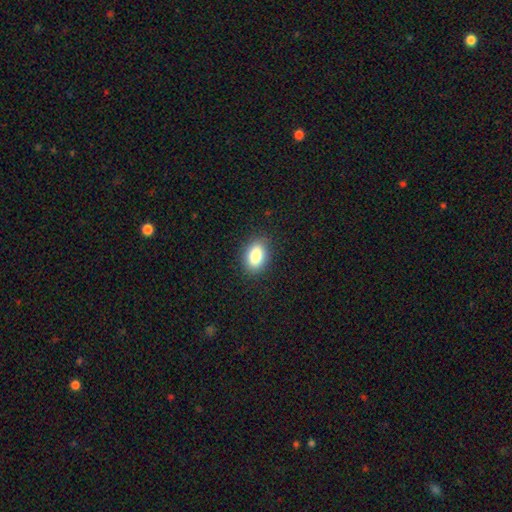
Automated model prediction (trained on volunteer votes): Smooth or featured? smooth (85%)
How rounded? in between (86%)
Merging? none (87%)